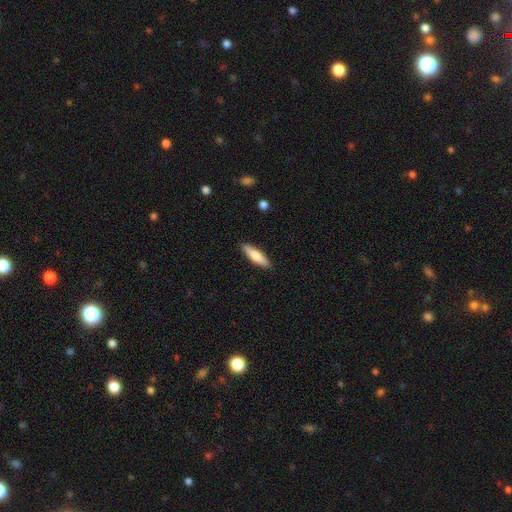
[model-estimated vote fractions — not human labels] Morphology: type=smooth (73%); roundness=cigar-shaped (66%); merging=none (89%).